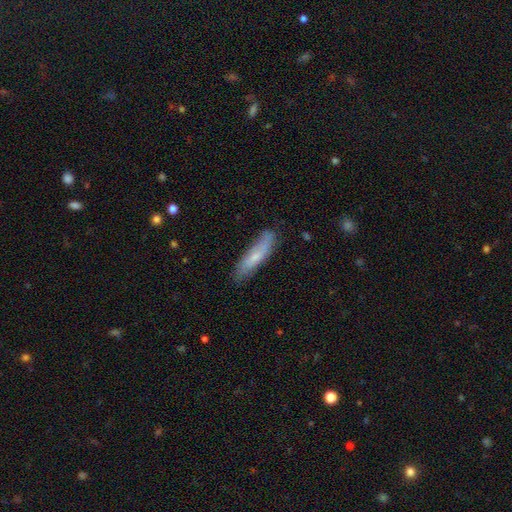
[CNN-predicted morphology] Q: Smooth or featured?
A: smooth (61%); runner-up: featured or disk (33%)
Q: How rounded?
A: cigar-shaped (75%); runner-up: in between (23%)
Q: Merging?
A: none (76%); runner-up: minor disturbance (18%)